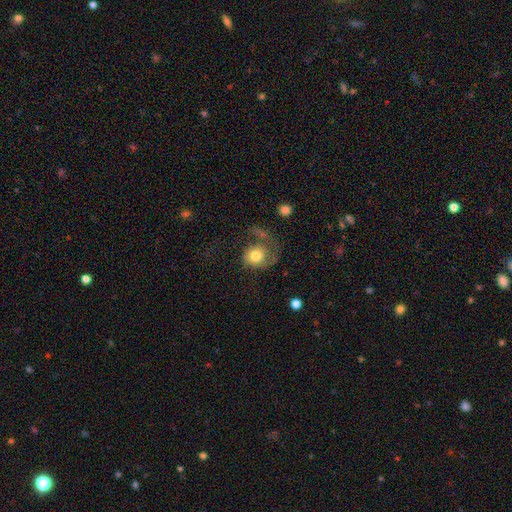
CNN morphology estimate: Overall: smooth (58%; featured or disk 35%). How rounded: round (70%). Merging: major disturbance (46%; none 27%).